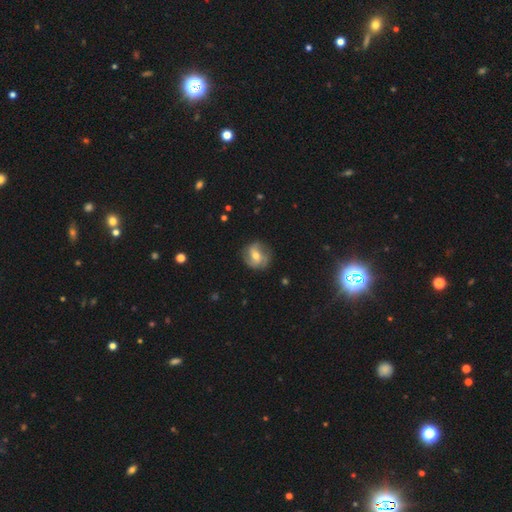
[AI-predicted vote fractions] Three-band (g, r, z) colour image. It shows a featured or disk galaxy (65%) with a weak bar (44%), 2 (50%) medium (43%) spiral arms (86%) and a moderate central bulge (65%). Merging: none (77%).